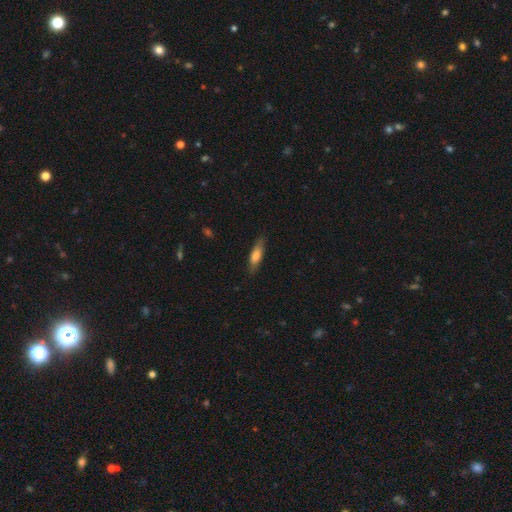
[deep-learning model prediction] smooth 69%, featured or disk 25%, star or artifact 6%. Down the decision tree: how rounded — cigar-shaped (58%); merging — none (82%).